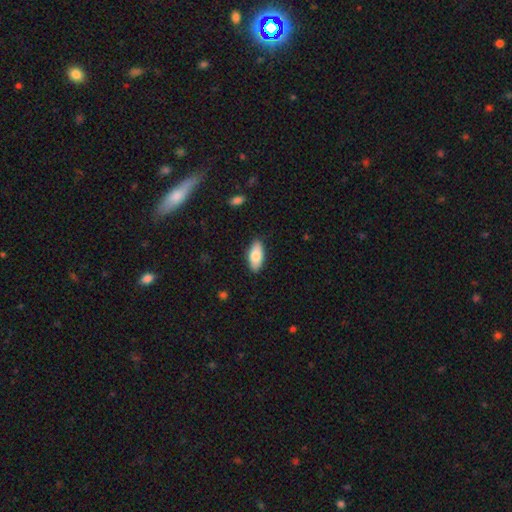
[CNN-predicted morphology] smooth_or_featured: smooth (p=0.82) [alt: featured or disk p=0.13]
how_rounded: in between (p=0.86) [alt: cigar-shaped p=0.12]
merging: none (p=0.86) [alt: minor disturbance p=0.11]